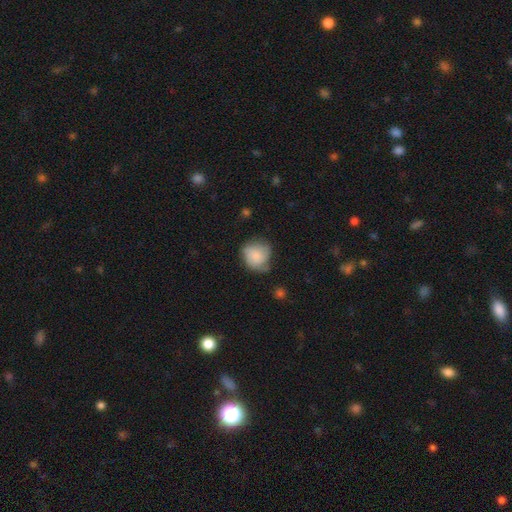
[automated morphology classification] The model was most divided on "merging": none: 45%, minor disturbance: 36%, major disturbance: 15%, merger: 3%. More confident: how rounded — round (77%); smooth or featured — smooth (72%).